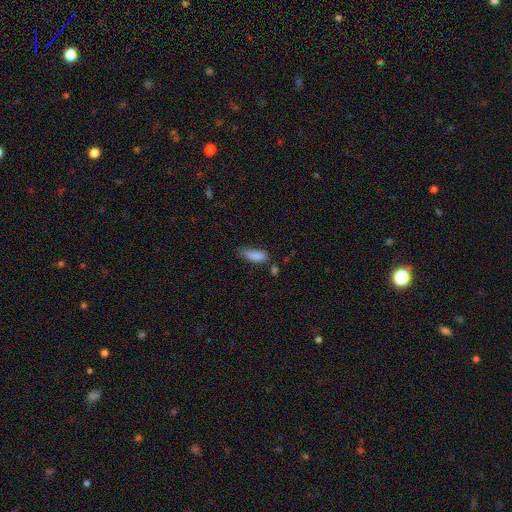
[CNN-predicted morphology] Smooth or featured?
  - smooth: 85% *
  - star or artifact: 8%
  - featured or disk: 7%
How rounded?
  - in between: 72% *
  - cigar-shaped: 25%
  - round: 2%
Merging?
  - none: 46% *
  - minor disturbance: 35%
  - major disturbance: 11%
  - merger: 7%